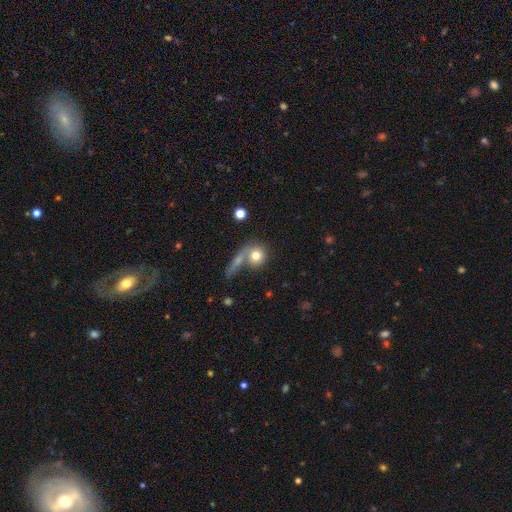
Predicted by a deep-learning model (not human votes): A smooth galaxy with no disk features (76%) that is round (85%). Merging: none (47%).